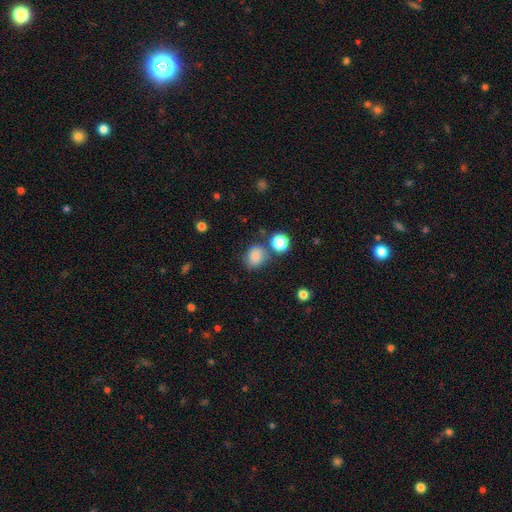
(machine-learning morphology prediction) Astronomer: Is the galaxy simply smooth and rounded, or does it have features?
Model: smooth — 81%.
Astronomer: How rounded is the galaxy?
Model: round — 66%.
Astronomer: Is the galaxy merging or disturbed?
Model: none — 69%.